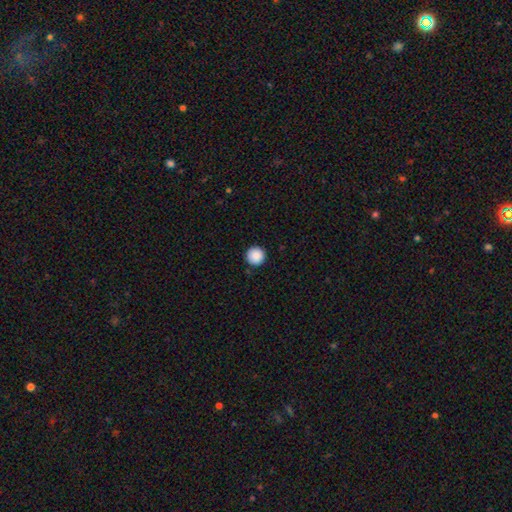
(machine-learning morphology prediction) Q: Smooth or featured?
A: smooth (89%); runner-up: star or artifact (9%)
Q: How rounded?
A: round (97%); runner-up: in between (2%)
Q: Merging?
A: none (92%); runner-up: minor disturbance (6%)